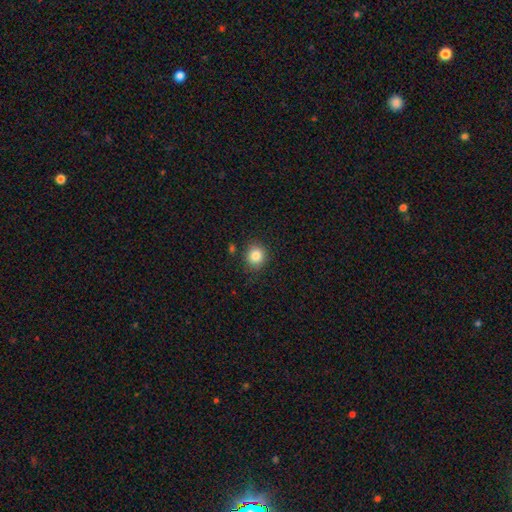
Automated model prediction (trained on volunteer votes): smooth-or-featured: smooth: 85% | star or artifact: 10% | featured or disk: 5%
  how-rounded: round: 82% | in between: 17% | cigar-shaped: 1%
  merging: none: 83% | minor disturbance: 11% | major disturbance: 3% | merger: 3%